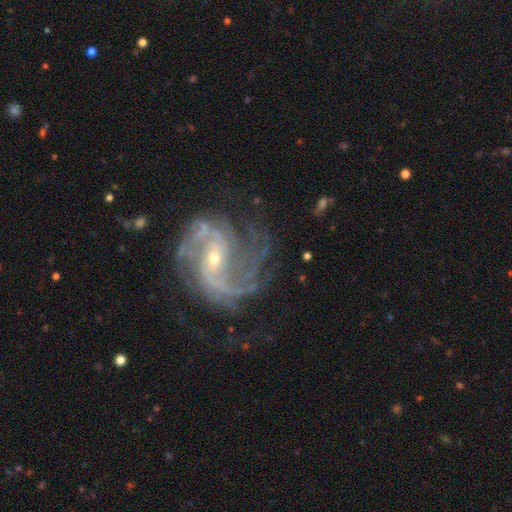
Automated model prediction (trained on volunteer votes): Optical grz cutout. It shows a featured or disk galaxy (90%) with a weak bar (40%), 2 (59%) medium (49%) spiral arms (97%) and a small central bulge (74%). Merging: none (60%).